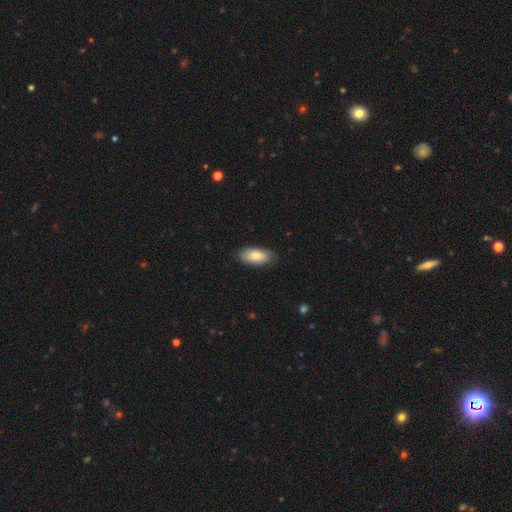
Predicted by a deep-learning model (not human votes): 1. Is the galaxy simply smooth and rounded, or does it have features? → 81% smooth, 13% featured or disk, 6% star or artifact.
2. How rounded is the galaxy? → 89% in between, 9% cigar-shaped, 2% round.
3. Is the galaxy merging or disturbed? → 83% none, 13% minor disturbance, 2% major disturbance, 1% merger.